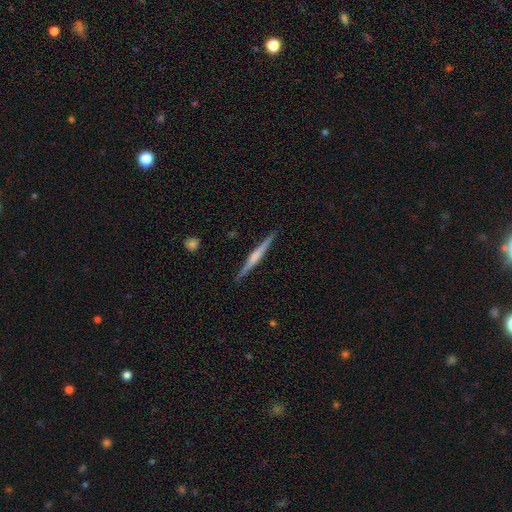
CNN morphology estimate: This appears to be a featured or disk galaxy (69%) viewed edge-on (98%) with a rounded central bulge (50%). Merging: none (91%).